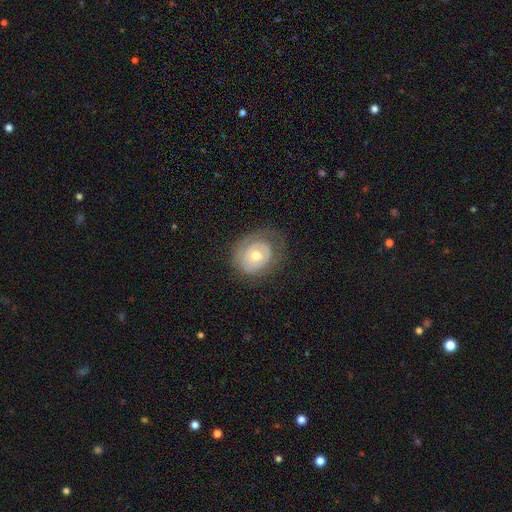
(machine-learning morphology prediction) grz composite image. It shows a featured or disk galaxy (58%) with no bar (78%), spiral arms (52%) and a moderate central bulge (67%). Merging: none (62%).